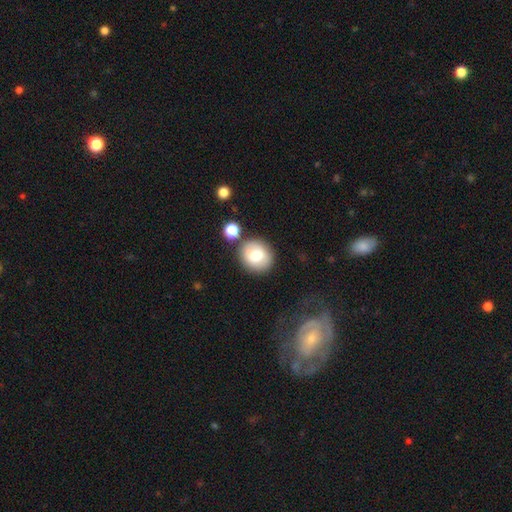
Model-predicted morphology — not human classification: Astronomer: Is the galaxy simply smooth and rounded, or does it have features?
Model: smooth — 75%.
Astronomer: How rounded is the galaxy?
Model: round — 81%.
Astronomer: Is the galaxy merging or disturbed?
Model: none — 78%.